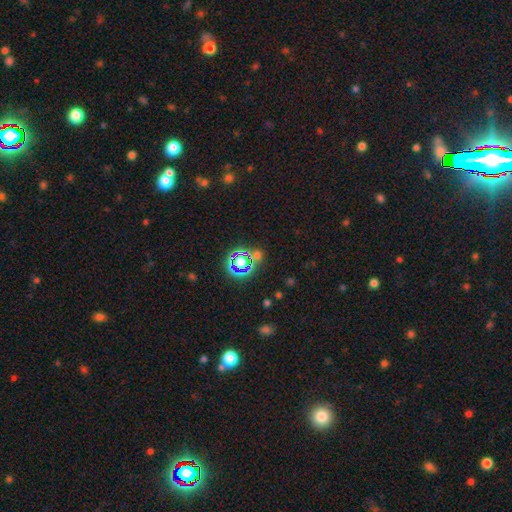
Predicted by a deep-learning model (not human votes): Q: Smooth or featured?
A: star or artifact (70%); runner-up: smooth (21%)